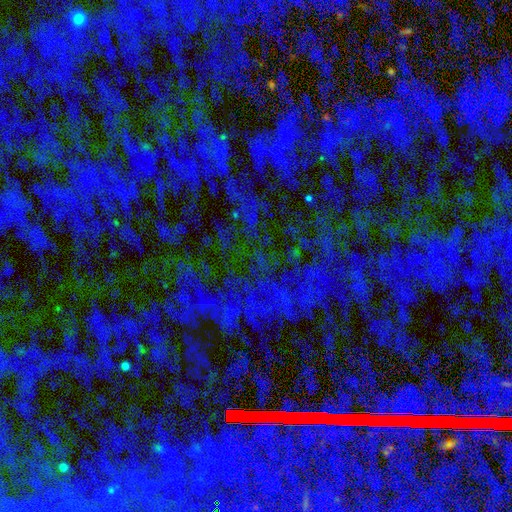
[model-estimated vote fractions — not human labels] Smooth or featured?
  - star or artifact: 79% *
  - smooth: 11%
  - featured or disk: 10%